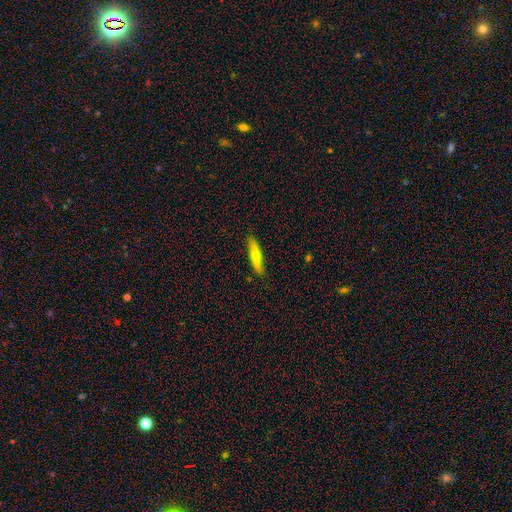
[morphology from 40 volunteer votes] A smooth galaxy with no disk features (68%) that is cigar-shaped (78%).

Vote fractions:
- Smooth or featured? smooth: 68% / featured or disk: 25% / star or artifact: 8%
- How rounded? cigar-shaped: 78% / in between: 22% / round: 0%
- Merging? none: 89% / minor disturbance: 11% / major disturbance: 0% / merger: 0%